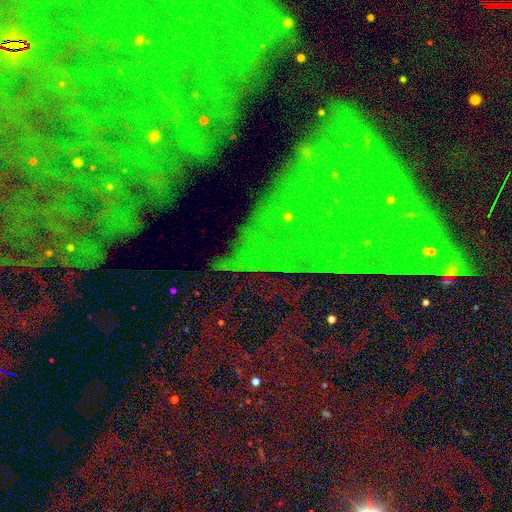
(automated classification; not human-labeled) smooth-or-featured: star or artifact: 85% | featured or disk: 8% | smooth: 7%